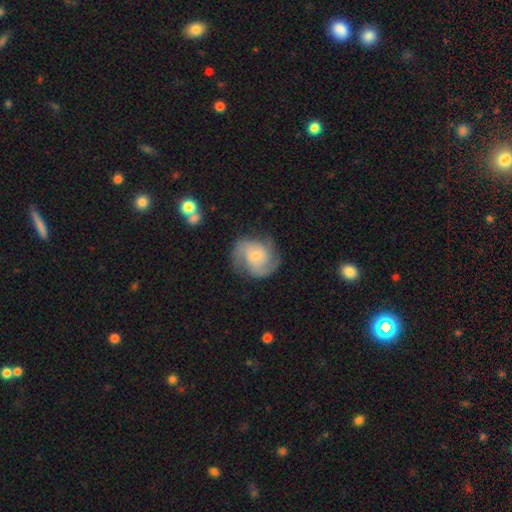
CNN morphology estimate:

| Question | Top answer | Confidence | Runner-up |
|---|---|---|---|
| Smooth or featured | featured or disk | 79% | smooth (16%) |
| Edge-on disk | no | 98% | yes (2%) |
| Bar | no | 58% | weak (36%) |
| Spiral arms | yes | 95% | no (5%) |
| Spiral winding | medium | 48% | tight (36%) |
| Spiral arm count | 2 | 67% | 3 (15%) |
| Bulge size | small | 60% | moderate (33%) |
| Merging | none | 71% | minor disturbance (18%) |